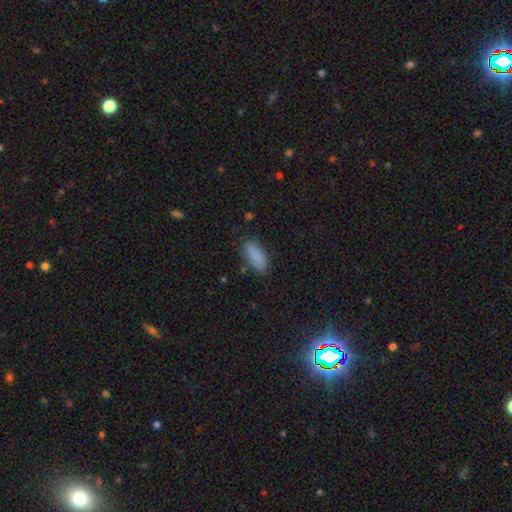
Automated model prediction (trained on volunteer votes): This is clearly a smooth galaxy (87%). How rounded: likely in between (78%). Merging: likely none (78%).